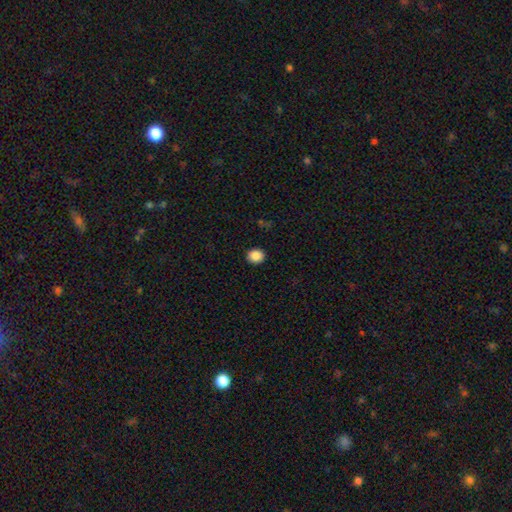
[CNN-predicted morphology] Q: Smooth or featured?
A: smooth (88%); runner-up: star or artifact (9%)
Q: How rounded?
A: round (72%); runner-up: in between (27%)
Q: Merging?
A: none (90%); runner-up: minor disturbance (7%)